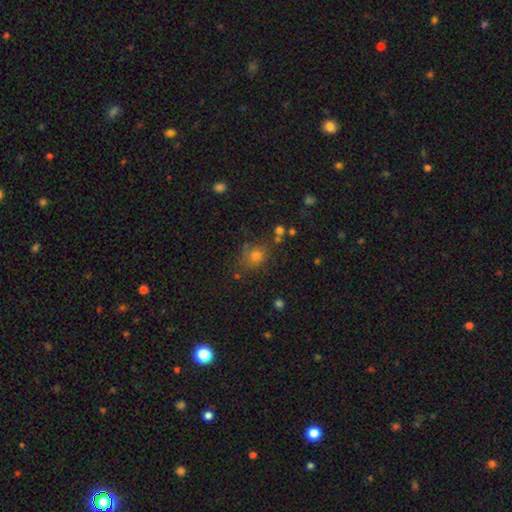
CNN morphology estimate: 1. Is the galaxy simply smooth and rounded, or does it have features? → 67% smooth, 24% star or artifact, 9% featured or disk.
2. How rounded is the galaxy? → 75% round, 24% in between, 1% cigar-shaped.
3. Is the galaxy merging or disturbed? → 73% none, 15% minor disturbance, 6% merger, 6% major disturbance.